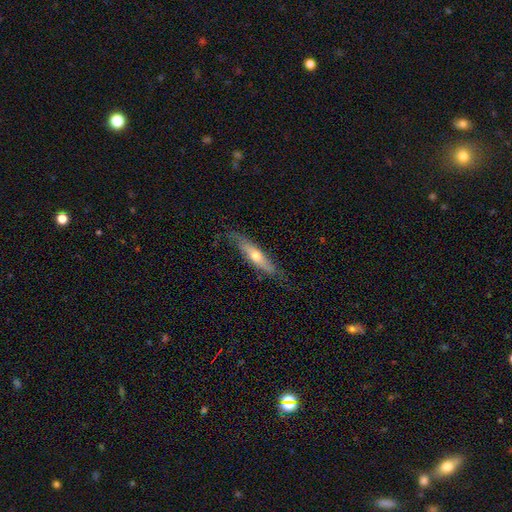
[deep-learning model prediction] Overall: featured or disk (48%; smooth 47%). Merging: none (72%).